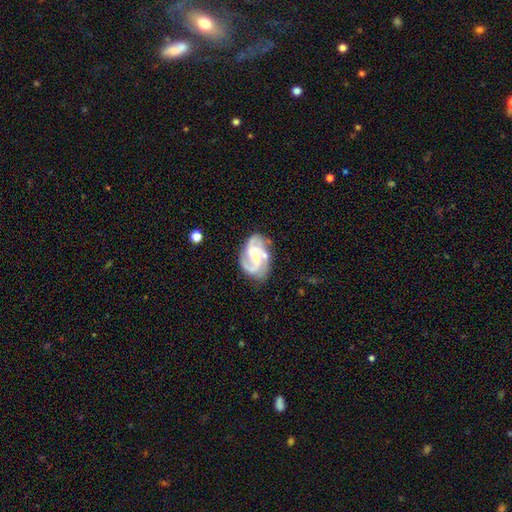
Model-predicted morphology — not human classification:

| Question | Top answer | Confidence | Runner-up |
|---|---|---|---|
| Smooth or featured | featured or disk | 86% | smooth (8%) |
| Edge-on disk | no | 98% | yes (2%) |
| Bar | weak | 46% | no (37%) |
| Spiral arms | yes | 97% | no (3%) |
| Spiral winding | medium | 53% | tight (28%) |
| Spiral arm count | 3 | 45% | 2 (33%) |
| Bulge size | small | 47% | moderate (38%) |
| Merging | none | 64% | minor disturbance (21%) |